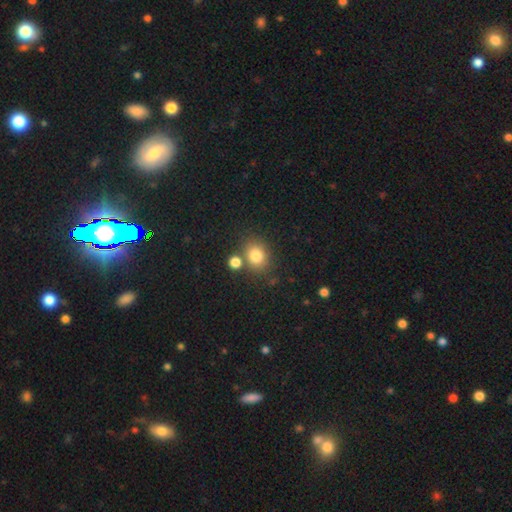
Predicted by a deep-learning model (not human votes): A smooth galaxy with no disk features (80%) that is round (61%). Merging: none (68%).